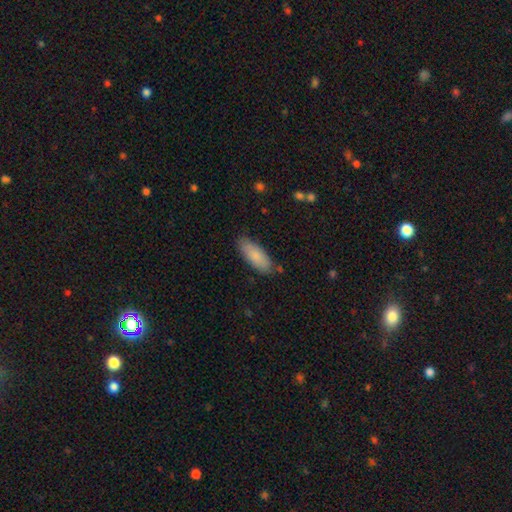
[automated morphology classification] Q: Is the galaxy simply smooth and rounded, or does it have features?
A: smooth — 86%.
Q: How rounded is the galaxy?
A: in between — 77%.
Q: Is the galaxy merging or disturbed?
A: none — 82%.